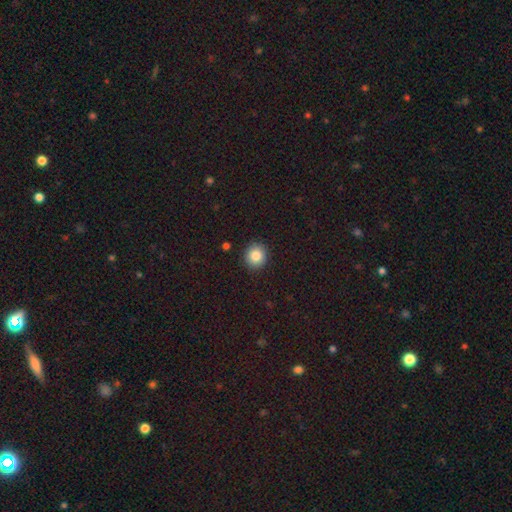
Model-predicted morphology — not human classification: A smooth galaxy with no disk features (85%) that is round (88%). Merging: none (91%).